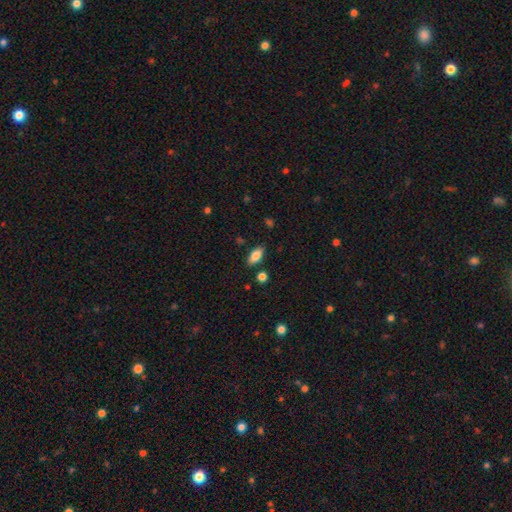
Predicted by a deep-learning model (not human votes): smooth 82%, featured or disk 10%, star or artifact 8%. Down the decision tree: how rounded — in between (89%); merging — none (84%).